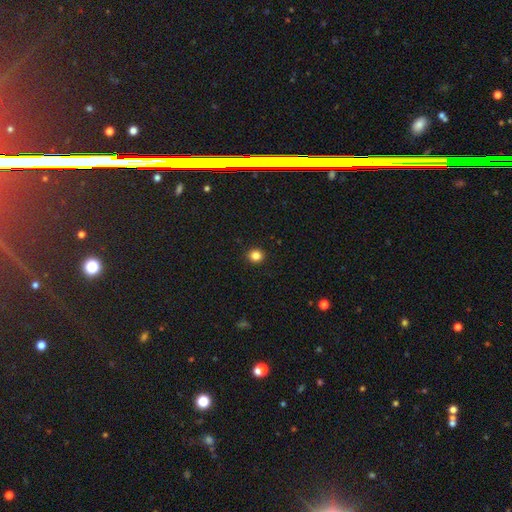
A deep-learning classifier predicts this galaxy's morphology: smooth_or_featured: smooth (p=0.85) [alt: star or artifact p=0.12]
how_rounded: round (p=0.89) [alt: in between p=0.10]
merging: none (p=0.93) [alt: minor disturbance p=0.05]